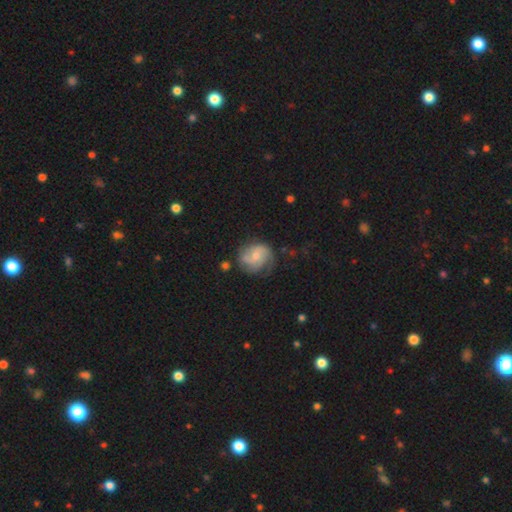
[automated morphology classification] A featured or disk galaxy (65%) with no bar (63%), 2 (44%) medium (45%) spiral arms (90%) and a small central bulge (51%). Merging: none (63%).